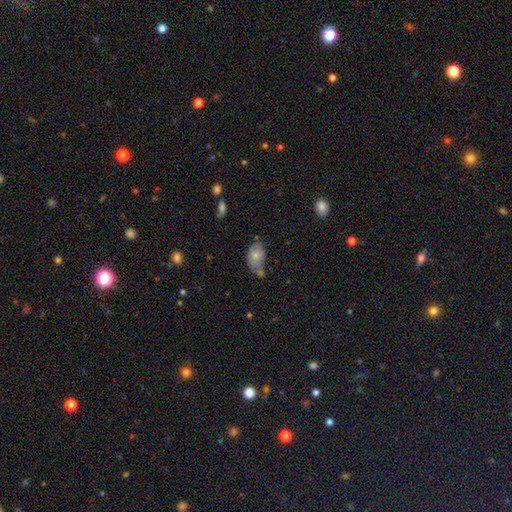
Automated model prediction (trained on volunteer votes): This appears to be a smooth galaxy with no disk features (65%) that is in between round and cigar-shaped (85%). Merging: none (40%).